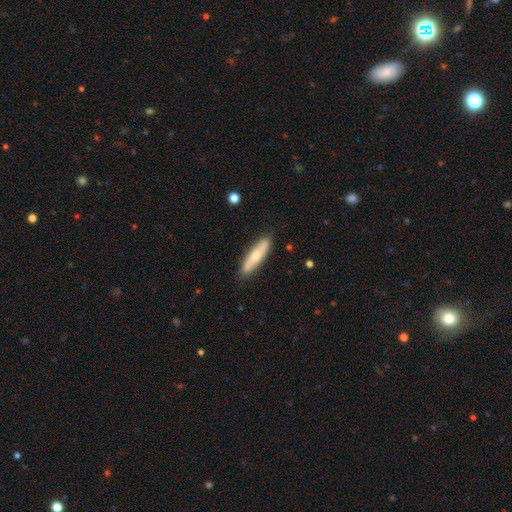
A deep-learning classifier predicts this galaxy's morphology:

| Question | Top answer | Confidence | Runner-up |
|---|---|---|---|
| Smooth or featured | smooth | 58% | featured or disk (37%) |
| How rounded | cigar-shaped | 75% | in between (23%) |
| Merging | none | 86% | minor disturbance (11%) |